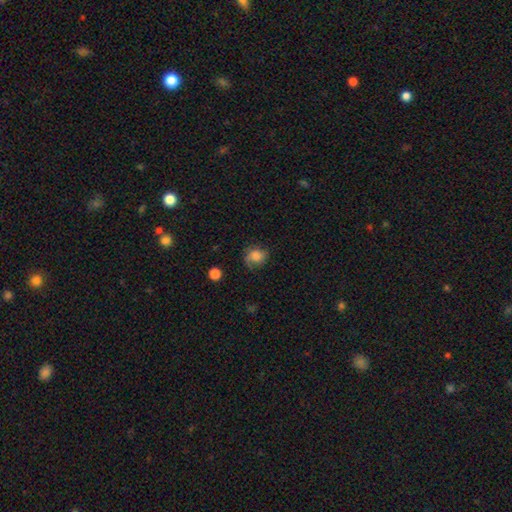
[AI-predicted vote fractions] Morphology: type=smooth (65%); roundness=round (68%); merging=none (58%).